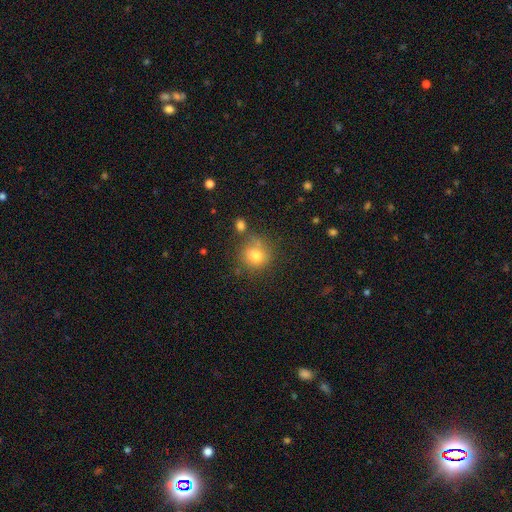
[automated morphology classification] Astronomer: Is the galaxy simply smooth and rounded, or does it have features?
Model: smooth — 78%.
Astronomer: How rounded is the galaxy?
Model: round — 86%.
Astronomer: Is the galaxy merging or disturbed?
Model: none — 66%.